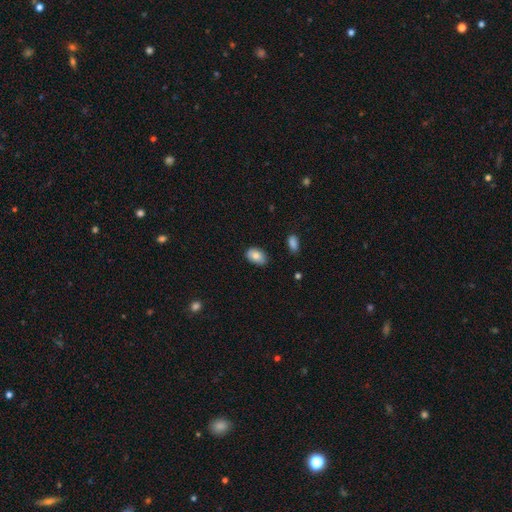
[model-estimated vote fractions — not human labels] Smooth or featured?
  - smooth: 82% *
  - featured or disk: 10%
  - star or artifact: 7%
How rounded?
  - in between: 90% *
  - round: 9%
  - cigar-shaped: 1%
Merging?
  - none: 80% *
  - minor disturbance: 16%
  - major disturbance: 3%
  - merger: 1%